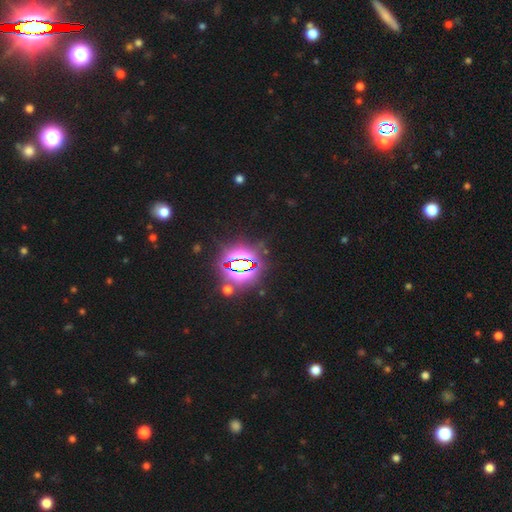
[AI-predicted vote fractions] A star or artifact, not a galaxy (85%).